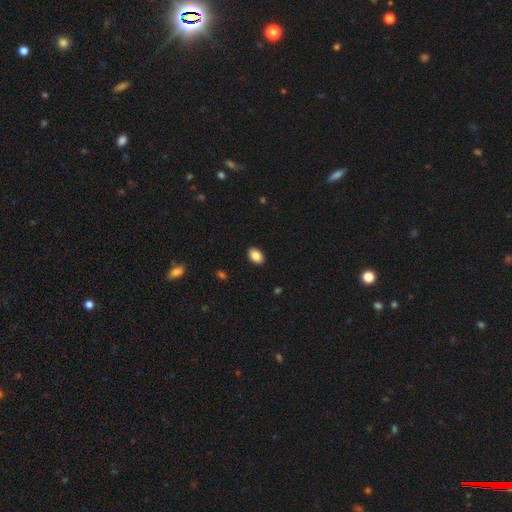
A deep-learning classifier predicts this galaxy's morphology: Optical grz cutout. It shows a smooth galaxy with no disk features (88%) that is in between round and cigar-shaped (83%). Merging: none (90%).